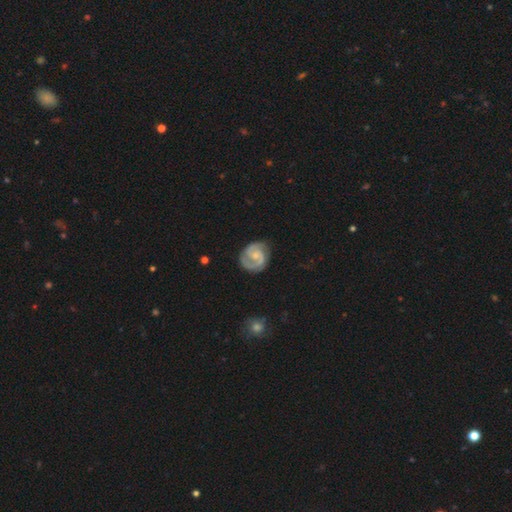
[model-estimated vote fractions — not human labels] The model was most divided on "spiral winding": tight: 50%, medium: 43%, loose: 7%. More confident: edge-on disk — no (98%); spiral arms — yes (98%); spiral arm count — 2 (90%); smooth or featured — featured or disk (89%); merging — none (79%); bulge size — small (56%); bar — no (52%).